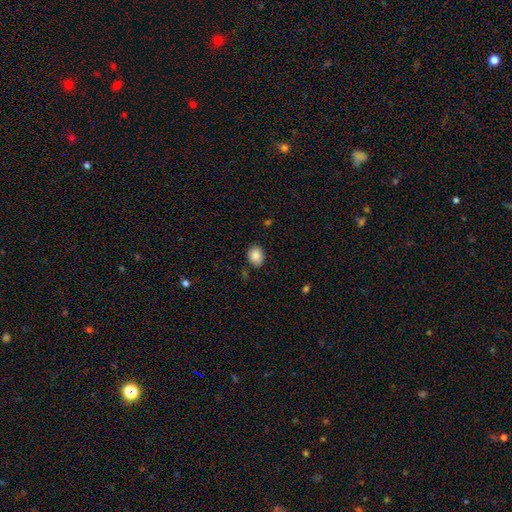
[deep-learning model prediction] A smooth galaxy with no disk features (86%) that is in between round and cigar-shaped (53%).

Vote fractions:
- Smooth or featured? smooth: 86% / star or artifact: 8% / featured or disk: 6%
- How rounded? in between: 53% / round: 46% / cigar-shaped: 1%
- Merging? none: 83% / minor disturbance: 12% / major disturbance: 2% / merger: 2%